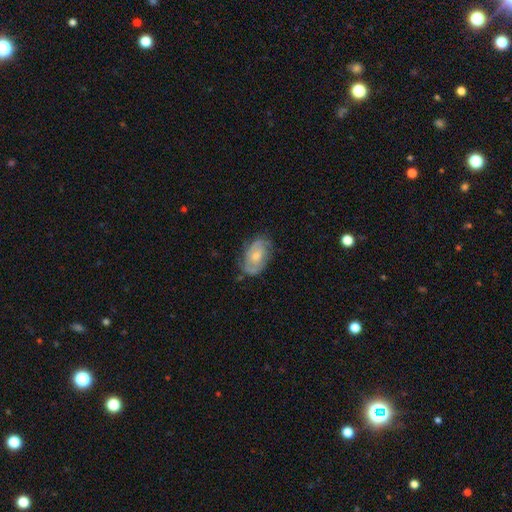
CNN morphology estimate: Smooth or featured? Predicted: featured or disk (p=0.63). Edge-on disk? Predicted: no (p=0.96). Bar? Predicted: no (p=0.71). Spiral arms? Predicted: yes (p=0.81). Bulge size? Predicted: moderate (p=0.52). Merging? Predicted: none (p=0.68).